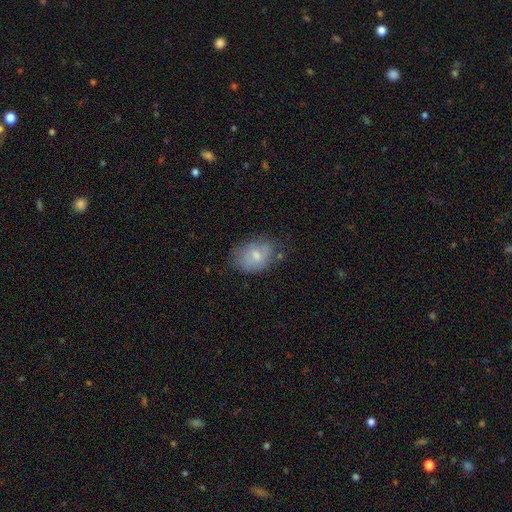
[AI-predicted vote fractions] smooth-or-featured: smooth: 66% | featured or disk: 26% | star or artifact: 8%
  how-rounded: in between: 73% | round: 26% | cigar-shaped: 1%
  merging: none: 60% | minor disturbance: 27% | major disturbance: 9% | merger: 3%